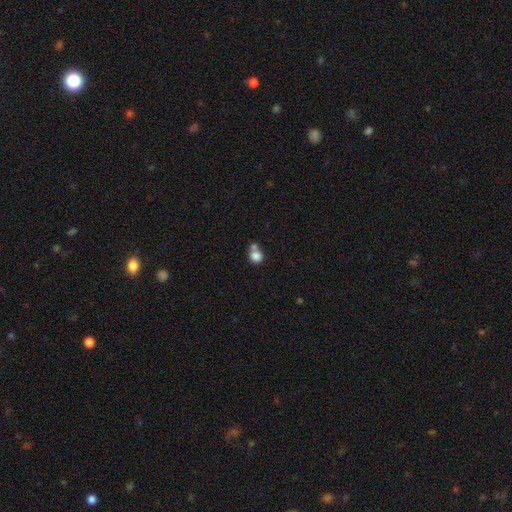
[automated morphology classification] type=smooth (82%); roundness=round (79%); merging=merger (45%).